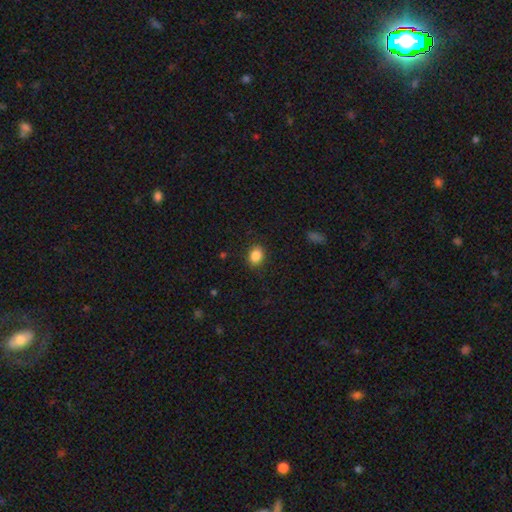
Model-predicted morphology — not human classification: This appears to be a smooth galaxy with no disk features (87%) that is in between round and cigar-shaped (63%). Merging: none (87%).